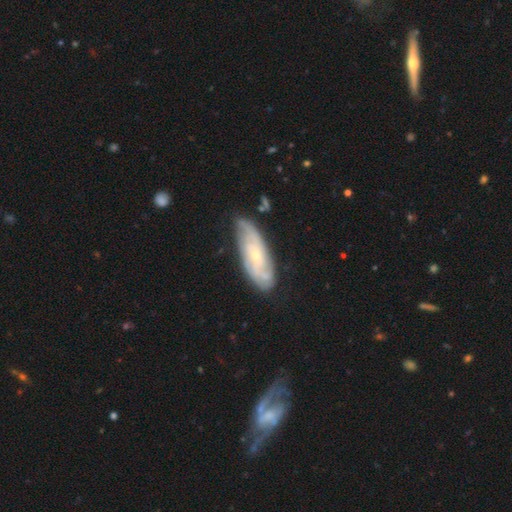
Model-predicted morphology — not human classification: Smooth or featured: featured or disk — 74% (smooth — 20%)
Edge-on disk: no — 87% (yes — 13%)
Bar: no — 72% (weak — 23%)
Spiral arms: yes — 91% (no — 9%)
Spiral winding: tight — 57% (medium — 32%)
Spiral arm count: can't tell — 43% (2 — 28%)
Bulge size: small — 73% (moderate — 24%)
Merging: none — 72% (minor disturbance — 22%)